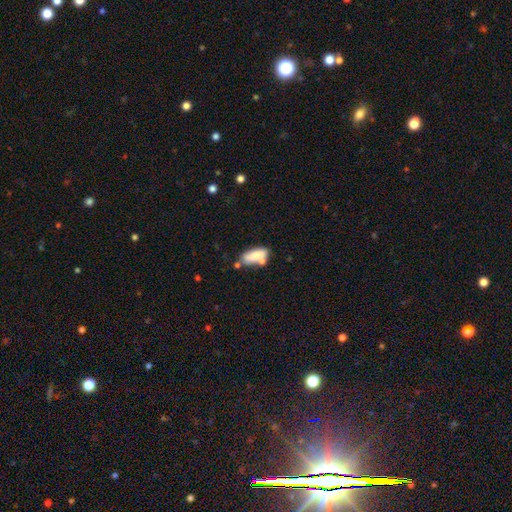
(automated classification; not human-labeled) Smooth or featured?
  - smooth: 78% *
  - featured or disk: 15%
  - star or artifact: 7%
How rounded?
  - in between: 80% *
  - cigar-shaped: 18%
  - round: 2%
Merging?
  - none: 50% *
  - minor disturbance: 22%
  - merger: 20%
  - major disturbance: 7%